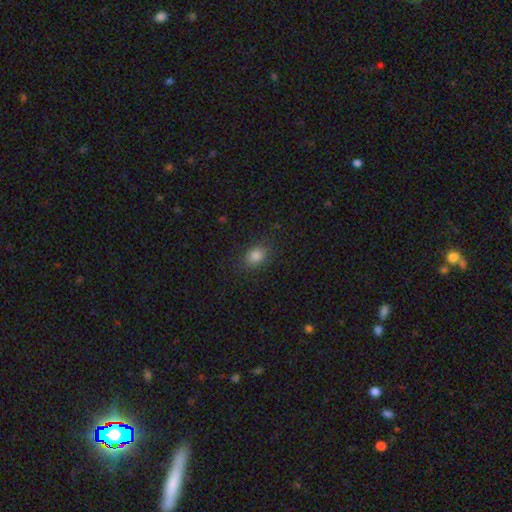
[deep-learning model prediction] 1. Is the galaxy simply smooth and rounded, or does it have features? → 83% smooth, 11% star or artifact, 5% featured or disk.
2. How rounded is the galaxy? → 67% in between, 31% round, 1% cigar-shaped.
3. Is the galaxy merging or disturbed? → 85% none, 11% minor disturbance, 3% major disturbance, 1% merger.